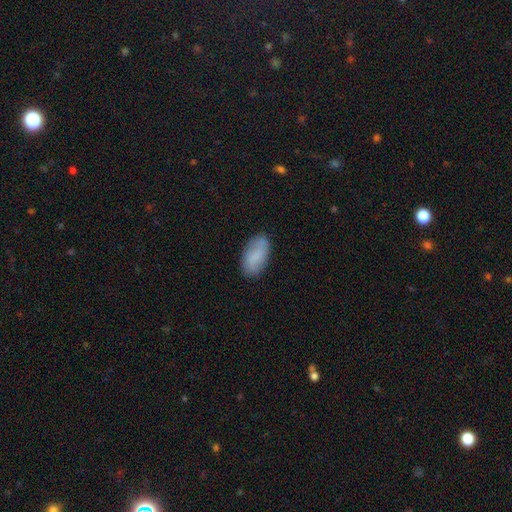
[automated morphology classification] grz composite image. It shows a smooth galaxy with no disk features (76%) that is in between round and cigar-shaped (94%). Merging: none (76%).